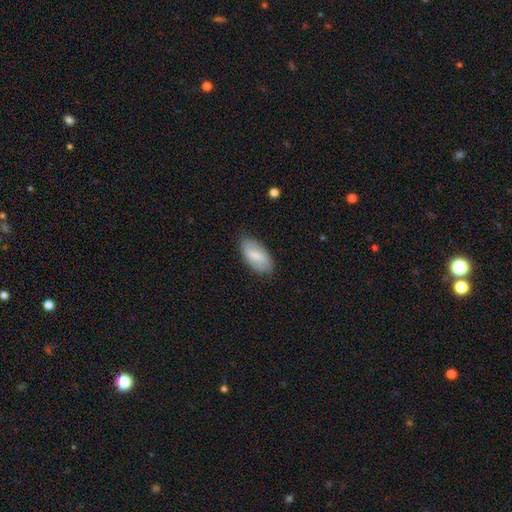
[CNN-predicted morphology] Smooth or featured? smooth (65%)
How rounded? in between (92%)
Merging? none (81%)